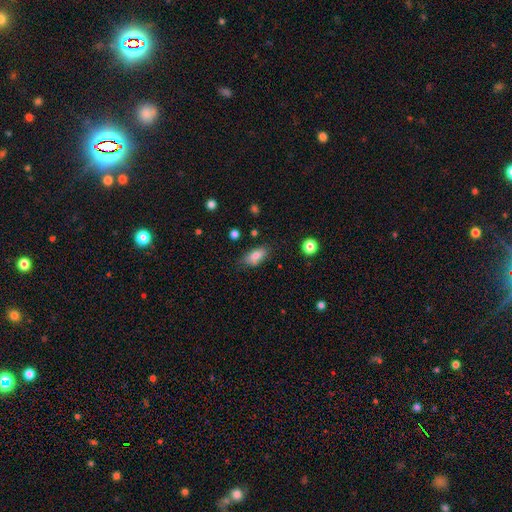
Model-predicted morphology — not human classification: Smooth or featured? smooth (77%)
How rounded? in between (87%)
Merging? none (66%)